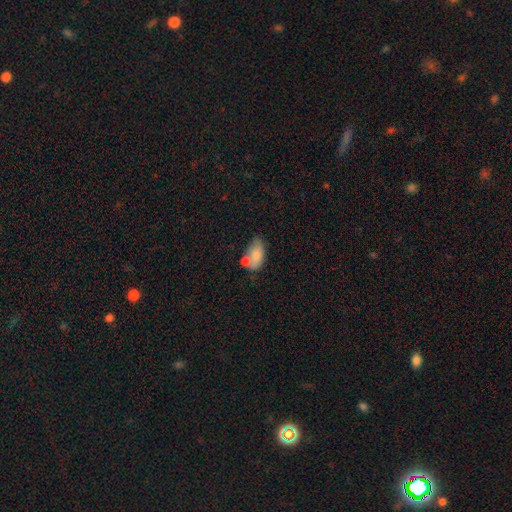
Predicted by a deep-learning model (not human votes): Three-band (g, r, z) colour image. It shows a smooth galaxy with no disk features (77%) that is in between round and cigar-shaped (91%). Merging: none (37%).